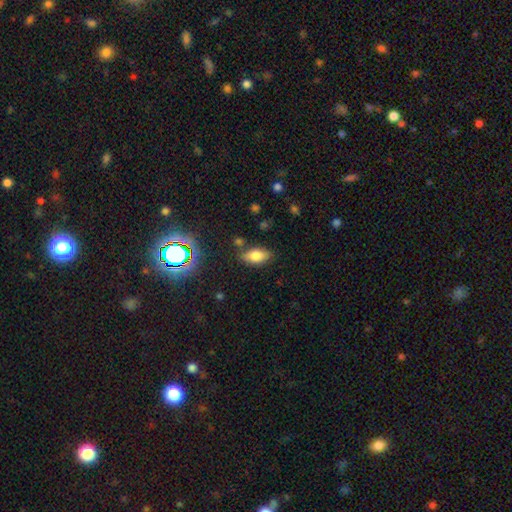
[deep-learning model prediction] Overall: smooth (76%). How rounded: in between (87%). Merging: none (78%).